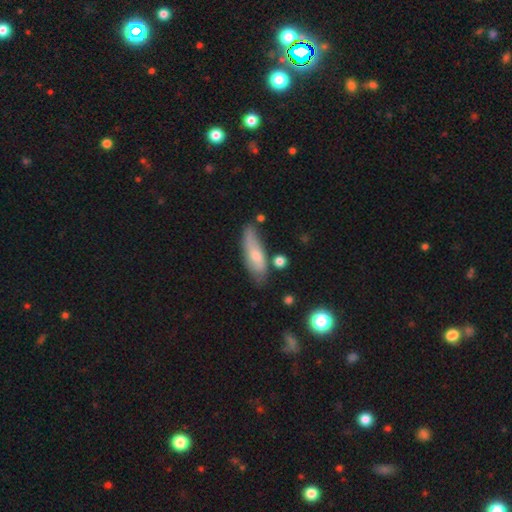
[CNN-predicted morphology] smooth-or-featured: smooth: 60% | featured or disk: 33% | star or artifact: 7%
  how-rounded: in between: 49% (tied) | cigar-shaped: 49% (tied) | round: 3%
  merging: none: 62% | minor disturbance: 27% | major disturbance: 6% | merger: 6%